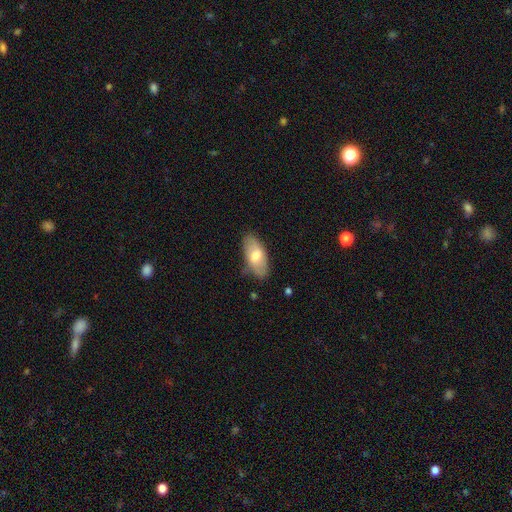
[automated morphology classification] Q: Smooth or featured?
A: smooth (68%); runner-up: featured or disk (27%)
Q: How rounded?
A: in between (90%); runner-up: cigar-shaped (7%)
Q: Merging?
A: none (77%); runner-up: minor disturbance (18%)